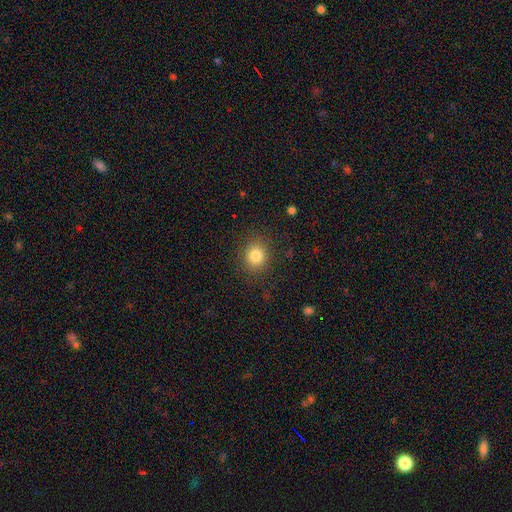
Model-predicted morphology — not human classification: Q: Smooth or featured?
A: smooth (83%); runner-up: star or artifact (11%)
Q: How rounded?
A: round (82%); runner-up: in between (17%)
Q: Merging?
A: none (87%); runner-up: minor disturbance (8%)